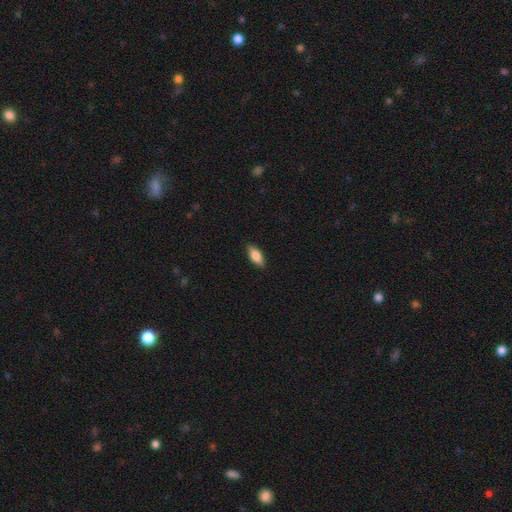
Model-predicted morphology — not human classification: A smooth galaxy with no disk features (80%) that is in between round and cigar-shaped (81%).

Vote fractions:
- Smooth or featured? smooth: 80% / featured or disk: 14% / star or artifact: 6%
- How rounded? in between: 81% / cigar-shaped: 17% / round: 3%
- Merging? none: 88% / minor disturbance: 10% / major disturbance: 2% / merger: 1%